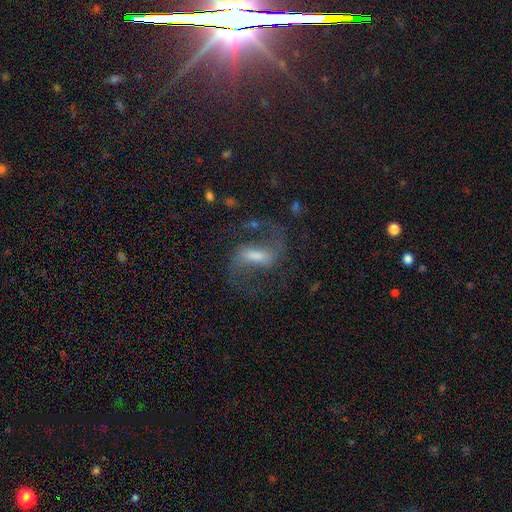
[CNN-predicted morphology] Smooth or featured?
  - featured or disk: 86% *
  - star or artifact: 8%
  - smooth: 7%
Edge-on disk?
  - no: 97% *
  - yes: 3%
Bar?
  - strong: 49% *
  - weak: 42%
  - no: 9%
Spiral arms?
  - yes: 97% *
  - no: 3%
Spiral winding?
  - loose: 49% *
  - medium: 45%
  - tight: 6%
Spiral arm count?
  - 2: 94% *
  - can't tell: 2%
  - 1: 1%
  - 3: 1%
  - 4: 1%
  - more than 4: 1%
Bulge size?
  - moderate: 39% *
  - small: 33%
  - none: 15%
  - large: 12%
  - dominant: 2%
Merging?
  - none: 74% *
  - minor disturbance: 12%
  - major disturbance: 12%
  - merger: 2%